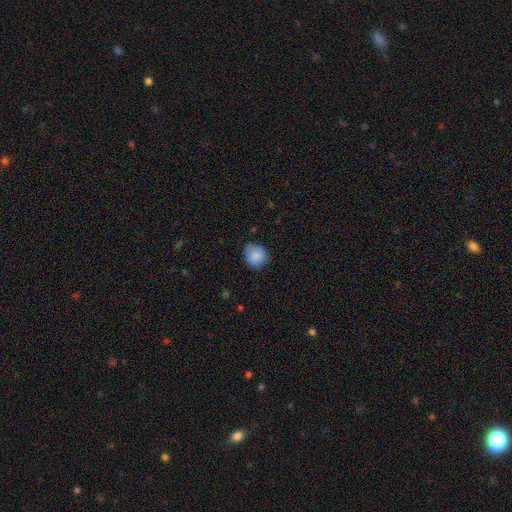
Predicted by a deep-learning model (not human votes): Smooth or featured?
  - smooth: 86% *
  - star or artifact: 8%
  - featured or disk: 6%
How rounded?
  - round: 80% *
  - in between: 20%
  - cigar-shaped: 1%
Merging?
  - none: 76% *
  - minor disturbance: 19%
  - major disturbance: 4%
  - merger: 1%